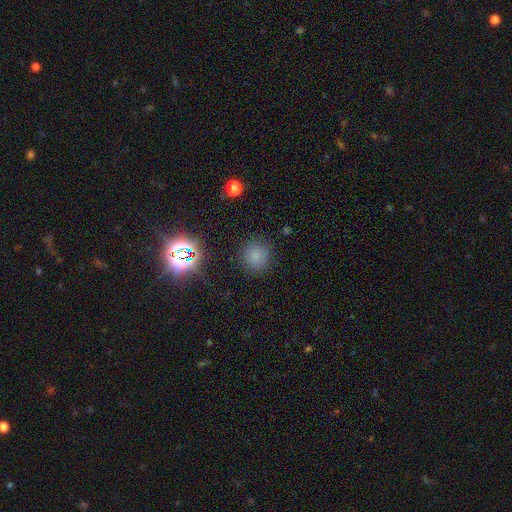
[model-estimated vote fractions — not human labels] smooth-or-featured: smooth: 73% | star or artifact: 20% | featured or disk: 7%
  how-rounded: round: 91% | in between: 8% | cigar-shaped: 1%
  merging: none: 87% | minor disturbance: 9% | major disturbance: 3% | merger: 1%